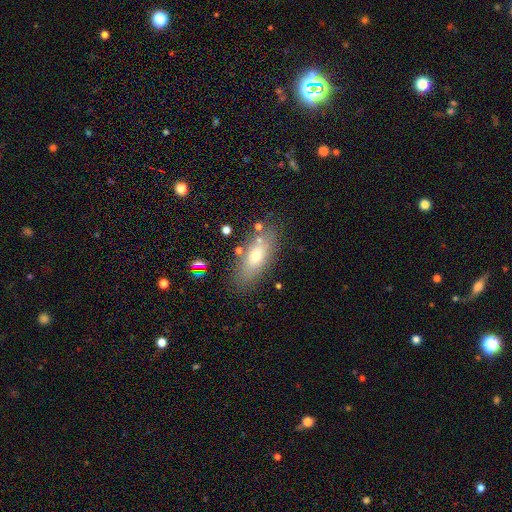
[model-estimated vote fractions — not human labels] This appears to be a smooth galaxy with no disk features (66%) that is in between round and cigar-shaped (71%). Merging: none (79%).